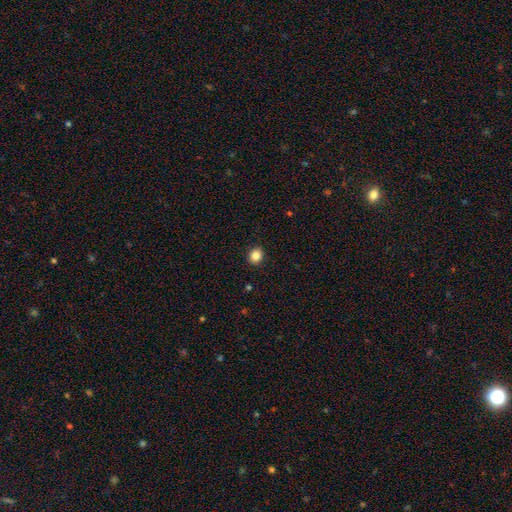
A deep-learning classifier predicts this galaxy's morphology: Smooth or featured?
  - smooth: 85% *
  - star or artifact: 11%
  - featured or disk: 5%
How rounded?
  - round: 80% *
  - in between: 19%
  - cigar-shaped: 1%
Merging?
  - none: 92% *
  - minor disturbance: 5%
  - major disturbance: 2%
  - merger: 1%